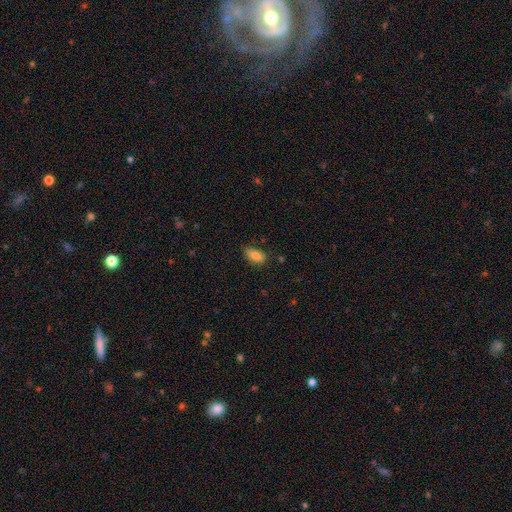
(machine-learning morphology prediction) This is clearly a smooth galaxy (86%). How rounded: clearly in between (90%). Merging: likely none (75%).